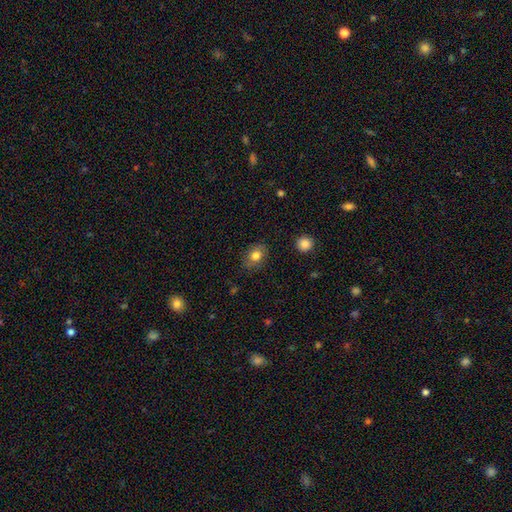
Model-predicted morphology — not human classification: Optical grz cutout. It shows a smooth galaxy with no disk features (79%) that is in between round and cigar-shaped (64%). Merging: none (83%).